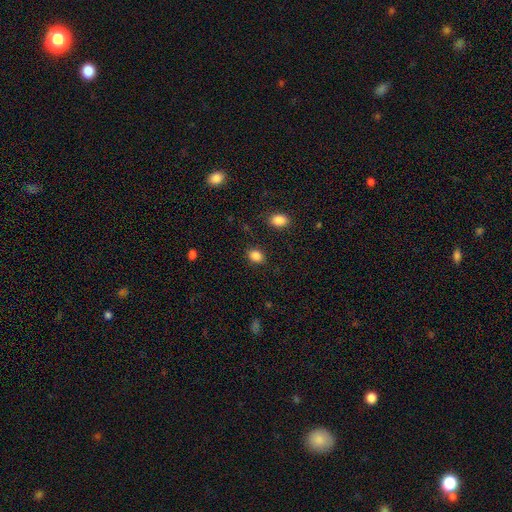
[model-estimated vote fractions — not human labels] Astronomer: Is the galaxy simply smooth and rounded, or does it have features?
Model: smooth — 87%.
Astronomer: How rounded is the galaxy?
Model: in between — 64%.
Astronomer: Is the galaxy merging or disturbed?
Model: none — 85%.